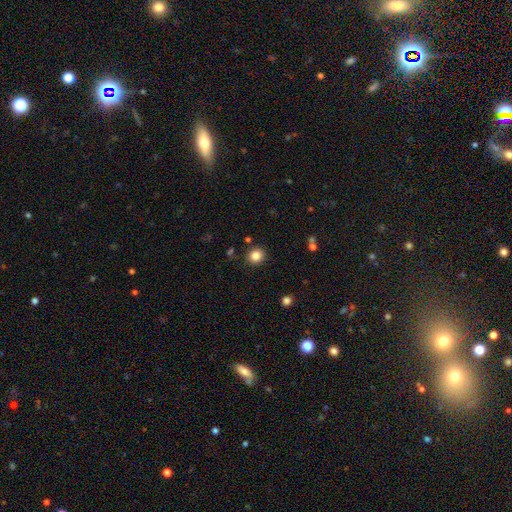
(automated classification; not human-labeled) smooth-or-featured: smooth: 84% | star or artifact: 11% | featured or disk: 5%
  how-rounded: round: 87% | in between: 12% | cigar-shaped: 1%
  merging: none: 89% | minor disturbance: 7% | major disturbance: 2% | merger: 2%